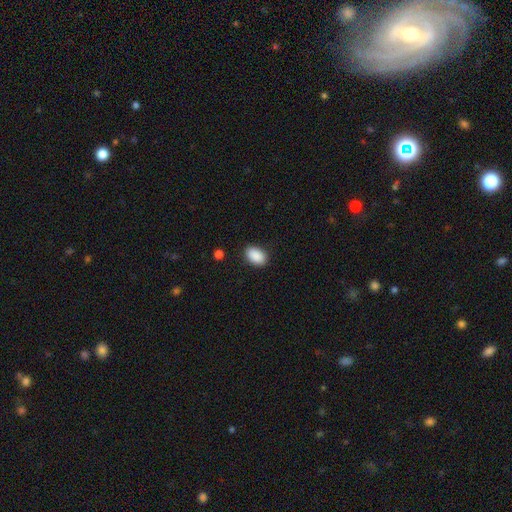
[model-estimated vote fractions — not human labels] Q: Smooth or featured?
A: smooth (90%); runner-up: star or artifact (7%)
Q: How rounded?
A: in between (90%); runner-up: round (9%)
Q: Merging?
A: none (88%); runner-up: minor disturbance (9%)